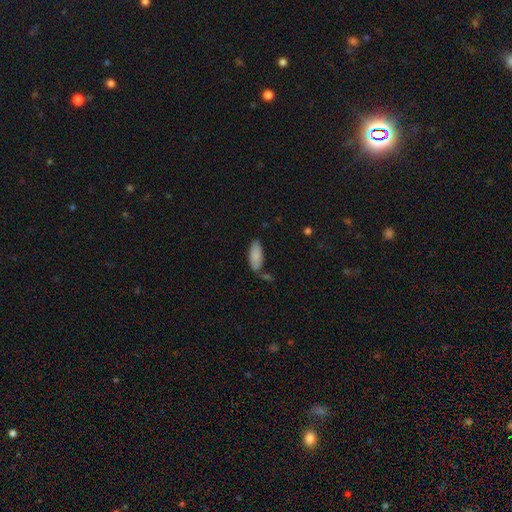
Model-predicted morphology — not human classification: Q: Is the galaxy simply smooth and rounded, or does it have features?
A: smooth — 87%.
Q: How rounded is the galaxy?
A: in between — 83%.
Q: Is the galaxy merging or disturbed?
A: none — 66%.